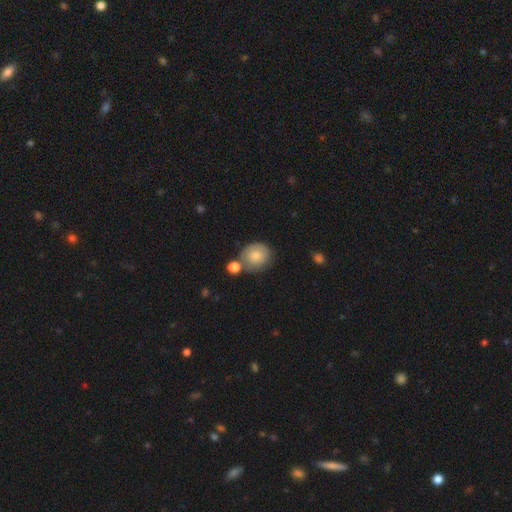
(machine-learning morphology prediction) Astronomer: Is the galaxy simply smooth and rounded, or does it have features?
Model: smooth — 80%.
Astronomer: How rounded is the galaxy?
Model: round — 79%.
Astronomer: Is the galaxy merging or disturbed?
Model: none — 58%.